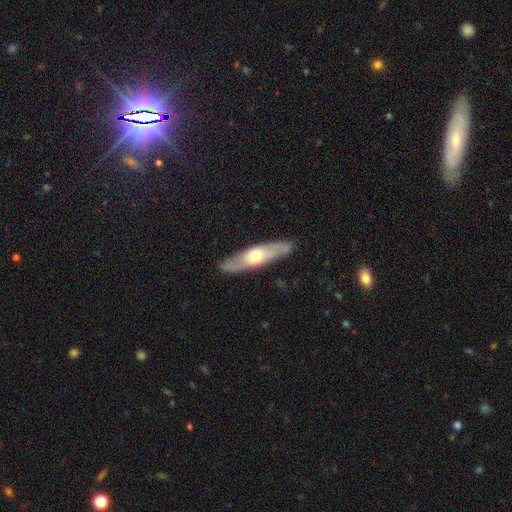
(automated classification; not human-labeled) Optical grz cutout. It shows a featured or disk galaxy (56%) viewed edge-on (62%). Merging: none (86%).